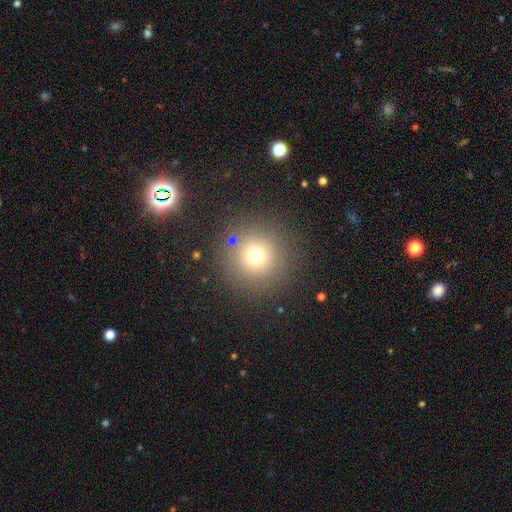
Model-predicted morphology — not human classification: This appears to be a smooth galaxy with no disk features (71%) that is round (96%). Merging: none (87%).